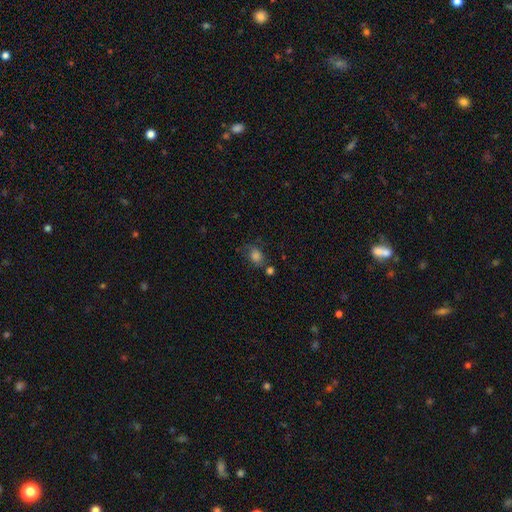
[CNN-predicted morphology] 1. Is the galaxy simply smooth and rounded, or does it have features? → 74% smooth, 16% star or artifact, 10% featured or disk.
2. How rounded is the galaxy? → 50% in between, 48% round, 1% cigar-shaped.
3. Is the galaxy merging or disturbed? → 53% none, 23% minor disturbance, 12% major disturbance, 12% merger.